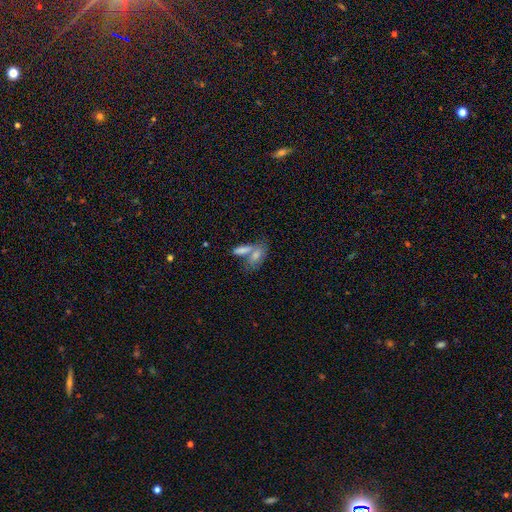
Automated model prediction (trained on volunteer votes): Smooth or featured: smooth — 72% (featured or disk — 19%)
How rounded: in between — 79% (cigar-shaped — 16%)
Merging: merger — 50% (none — 35%)